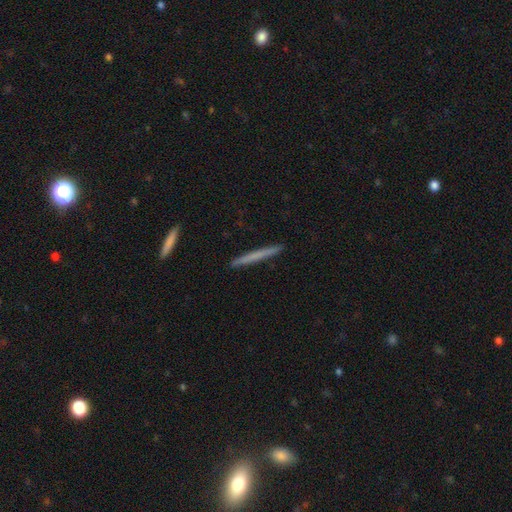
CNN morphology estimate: This is possibly a smooth galaxy (60%). How rounded: clearly cigar-shaped (97%). Merging: clearly none (93%).